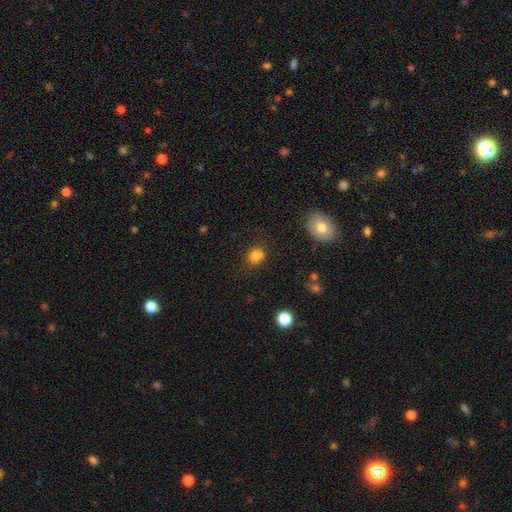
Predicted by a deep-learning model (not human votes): A smooth galaxy with no disk features (79%) that is round (57%). Merging: none (63%).